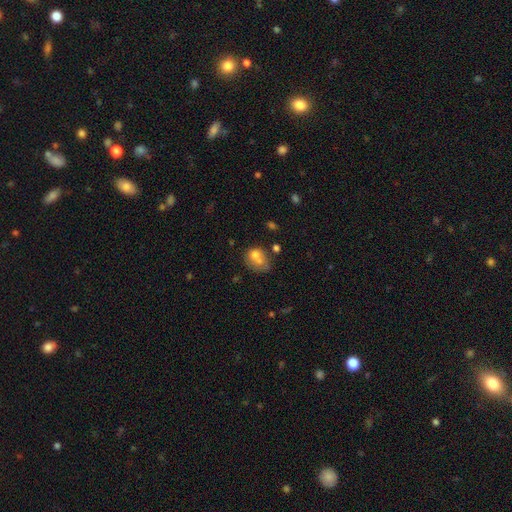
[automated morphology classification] smooth_or_featured: smooth (p=0.66) [alt: featured or disk p=0.23]
how_rounded: in between (p=0.53) [alt: round p=0.46]
merging: merger (p=0.40) [alt: none p=0.29]